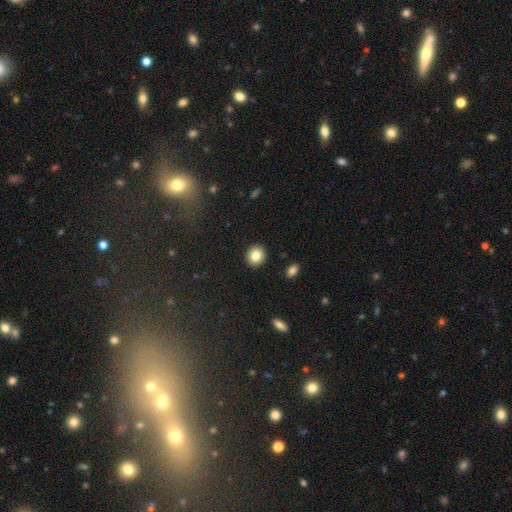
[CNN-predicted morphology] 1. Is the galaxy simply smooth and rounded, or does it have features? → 83% smooth, 9% star or artifact, 8% featured or disk.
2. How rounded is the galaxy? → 86% round, 13% in between, 1% cigar-shaped.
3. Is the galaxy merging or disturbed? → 92% none, 5% minor disturbance, 2% major disturbance, 1% merger.